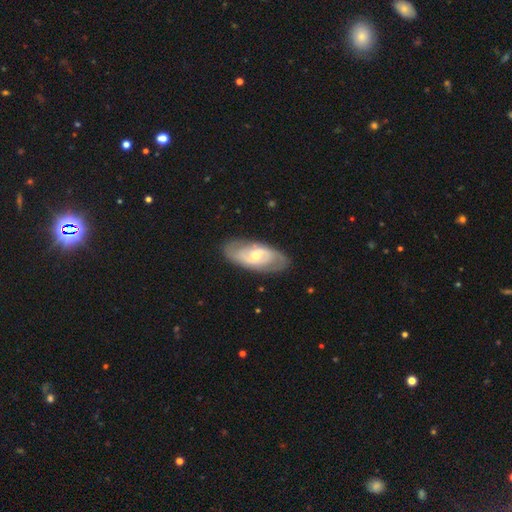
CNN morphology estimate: Smooth or featured? featured or disk (72%)
Edge-on disk? no (92%)
Bar? weak (44%)
Spiral arms? yes (81%)
Spiral winding? medium (41%)
Spiral arm count? 2 (69%)
Bulge size? moderate (48%, tied with small)
Merging? none (82%)